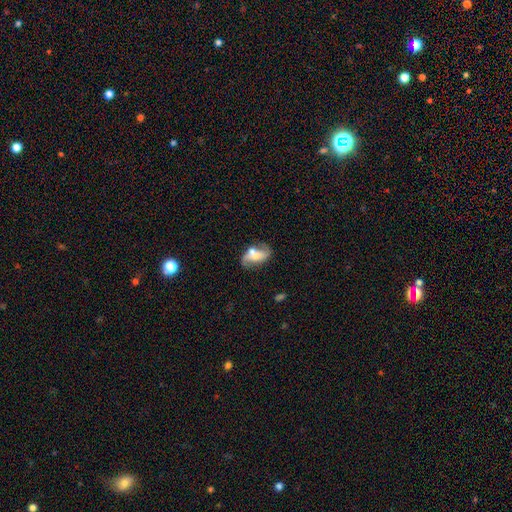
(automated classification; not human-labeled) Q: Smooth or featured?
A: featured or disk (62%); runner-up: smooth (30%)
Q: Edge-on disk?
A: no (94%); runner-up: yes (6%)
Q: Bar?
A: no (52%); runner-up: weak (31%)
Q: Spiral arms?
A: yes (79%); runner-up: no (21%)
Q: Bulge size?
A: moderate (42%); runner-up: small (36%)
Q: Merging?
A: none (48%); runner-up: merger (21%)